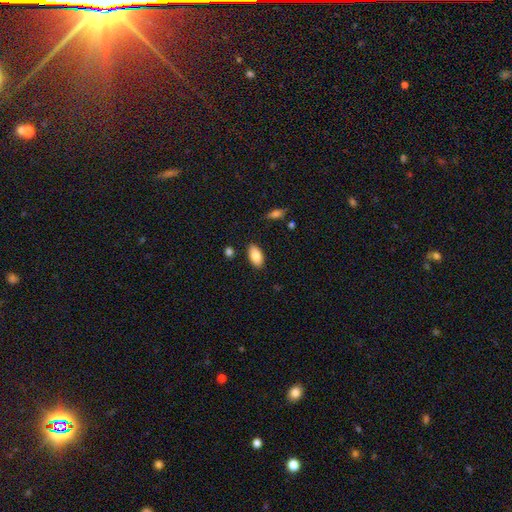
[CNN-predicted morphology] A smooth galaxy with no disk features (83%) that is in between round and cigar-shaped (94%). Merging: none (86%).